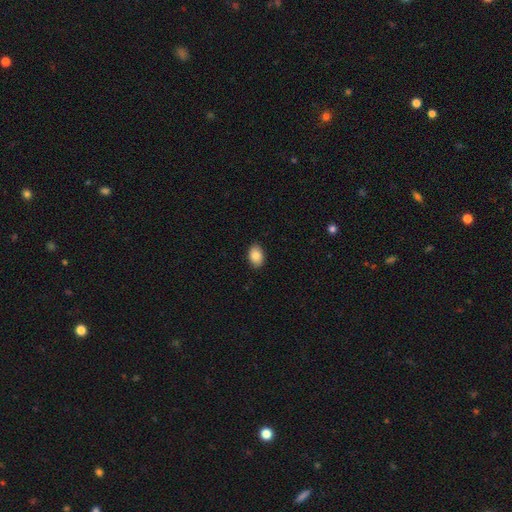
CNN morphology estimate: A smooth galaxy with no disk features (89%) that is in between round and cigar-shaped (85%).

Vote fractions:
- Smooth or featured? smooth: 89% / star or artifact: 7% / featured or disk: 4%
- How rounded? in between: 85% / round: 14% / cigar-shaped: 1%
- Merging? none: 88% / minor disturbance: 9% / major disturbance: 2% / merger: 1%